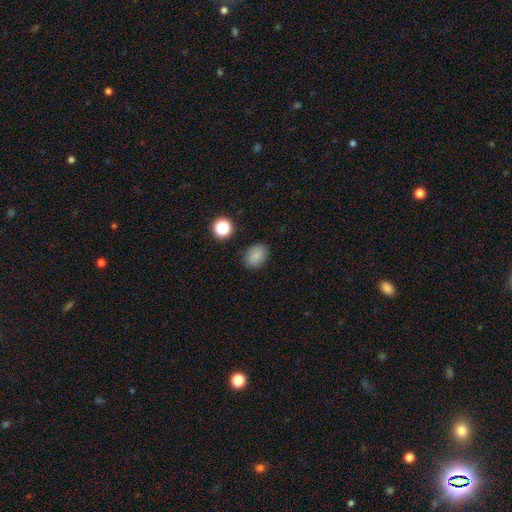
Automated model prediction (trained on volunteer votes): Smooth or featured?
  - smooth: 83% *
  - star or artifact: 11%
  - featured or disk: 6%
How rounded?
  - in between: 68% *
  - round: 31%
  - cigar-shaped: 1%
Merging?
  - none: 85% *
  - minor disturbance: 10%
  - major disturbance: 3%
  - merger: 2%